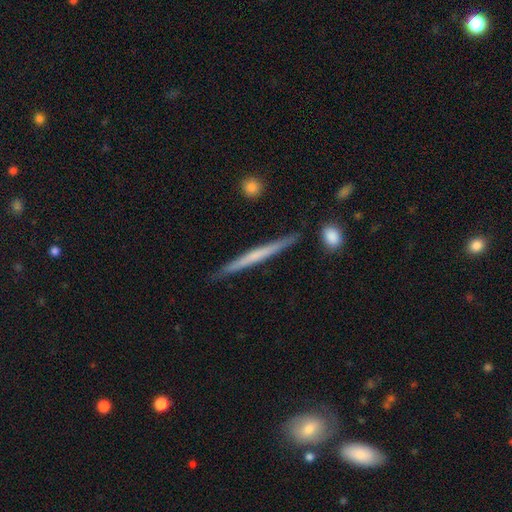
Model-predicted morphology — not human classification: Q: Smooth or featured?
A: featured or disk (53%); runner-up: smooth (41%)
Q: Edge-on disk?
A: yes (97%); runner-up: no (3%)
Q: Edge-on bulge?
A: none (80%); runner-up: rounded (13%)
Q: Merging?
A: none (87%); runner-up: minor disturbance (9%)